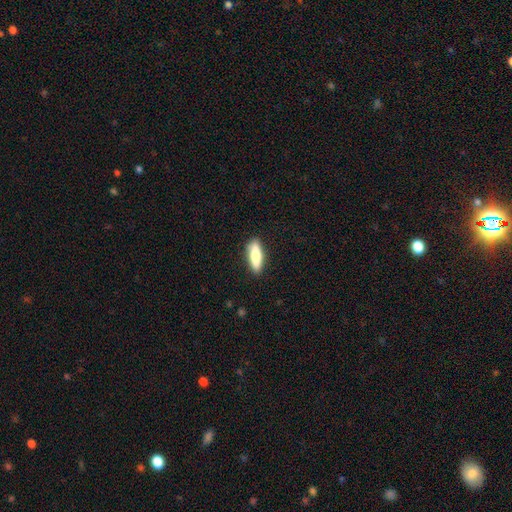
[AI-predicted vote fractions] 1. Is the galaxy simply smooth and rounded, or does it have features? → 72% smooth, 22% featured or disk, 6% star or artifact.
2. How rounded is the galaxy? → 51% cigar-shaped, 47% in between, 2% round.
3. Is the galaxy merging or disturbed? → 88% none, 9% minor disturbance, 2% major disturbance, 1% merger.